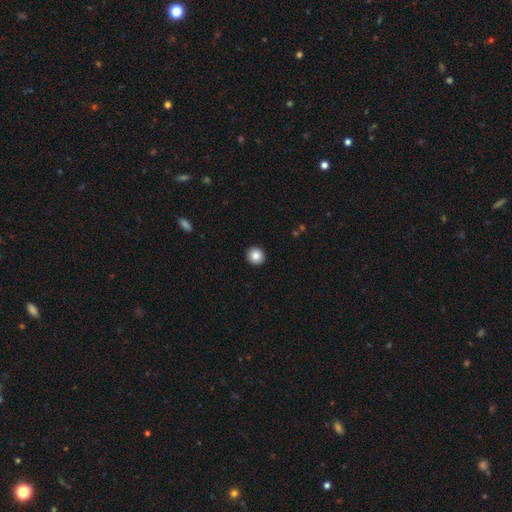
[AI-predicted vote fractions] Smooth or featured?
  - smooth: 87% *
  - star or artifact: 9%
  - featured or disk: 5%
How rounded?
  - round: 93% *
  - in between: 6%
  - cigar-shaped: 1%
Merging?
  - none: 93% *
  - minor disturbance: 5%
  - major disturbance: 1%
  - merger: 1%